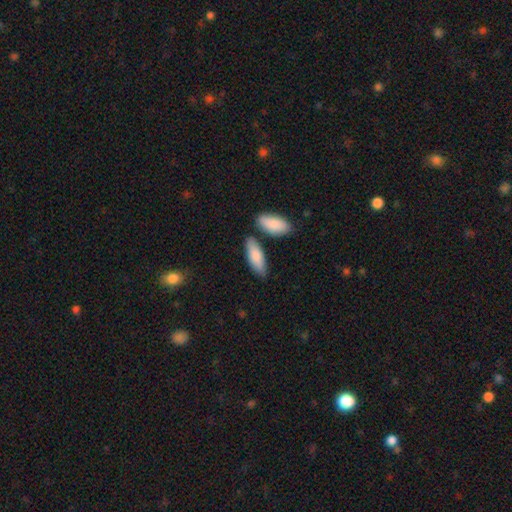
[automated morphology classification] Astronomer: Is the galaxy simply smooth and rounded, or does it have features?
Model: smooth — 85%.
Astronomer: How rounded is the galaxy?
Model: in between — 69%.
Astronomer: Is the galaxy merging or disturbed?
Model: none — 73%.